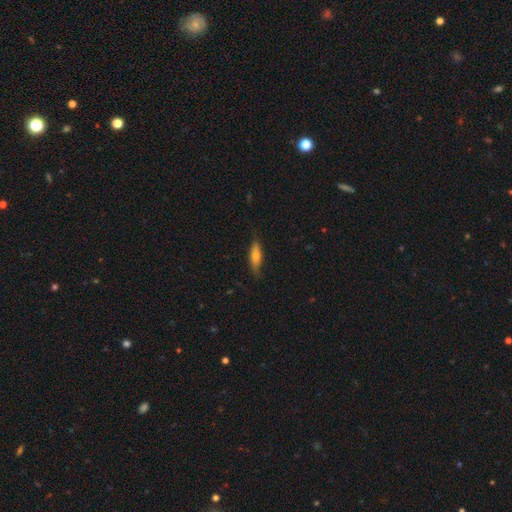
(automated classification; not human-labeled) Smooth or featured: smooth — 60% (featured or disk — 33%)
How rounded: cigar-shaped — 60% (in between — 38%)
Merging: none — 79% (minor disturbance — 17%)